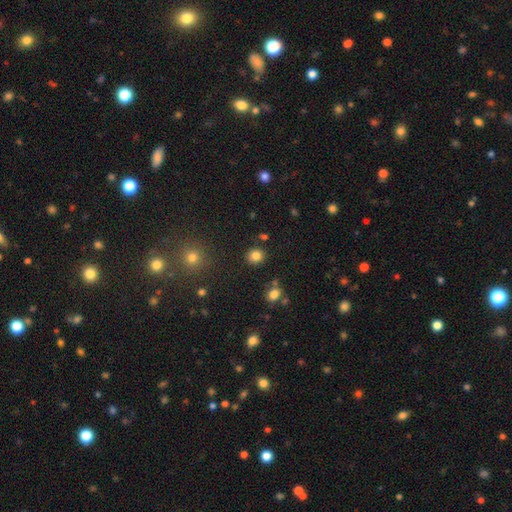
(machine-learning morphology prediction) This appears to be a smooth galaxy with no disk features (83%) that is round (79%). Merging: none (86%).